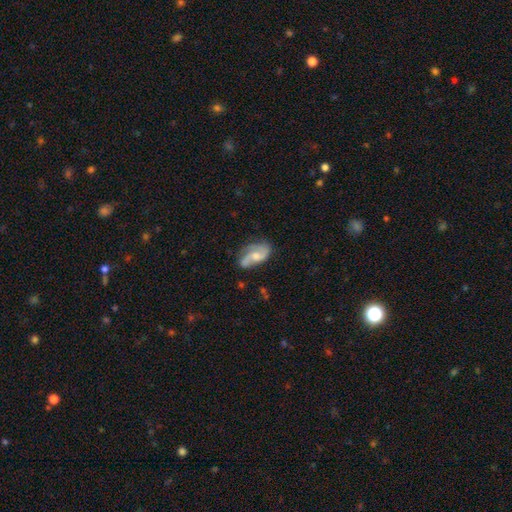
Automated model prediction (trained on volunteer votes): Smooth or featured? Predicted: featured or disk (p=0.72). Edge-on disk? Predicted: no (p=0.96). Bar? Predicted: no (p=0.55). Spiral arms? Predicted: yes (p=0.92). Spiral winding? Predicted: loose (p=0.44). Spiral arm count? Predicted: 2 (p=0.77). Bulge size? Predicted: moderate (p=0.53). Merging? Predicted: none (p=0.56).